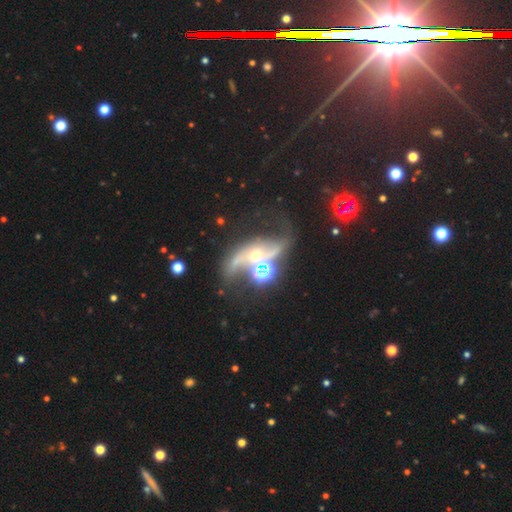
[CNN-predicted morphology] smooth_or_featured: featured or disk (p=0.80) [alt: star or artifact p=0.11]
disk_edge_on: no (p=0.94) [alt: yes p=0.06]
bar: no (p=0.57) [alt: weak p=0.23]
has_spiral_arms: yes (p=0.90) [alt: no p=0.10]
spiral_winding: loose (p=0.81) [alt: medium p=0.14]
spiral_arm_count: 2 (p=0.90) [alt: 1 p=0.04]
bulge_size: moderate (p=0.50) [alt: small p=0.38]
merging: none (p=0.43) [alt: merger p=0.23]